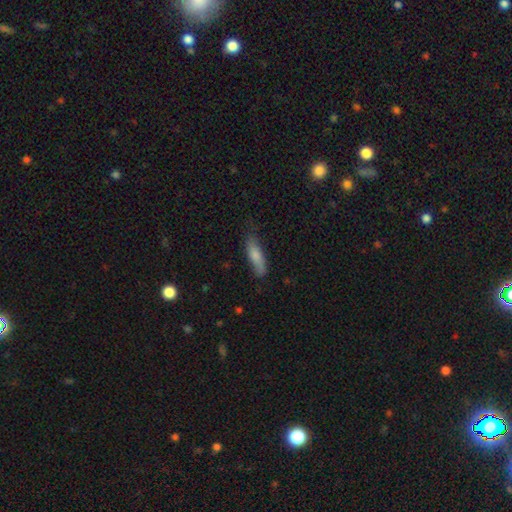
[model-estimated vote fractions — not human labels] This is likely a smooth galaxy (78%). How rounded: possibly cigar-shaped (56%). Merging: likely none (69%).